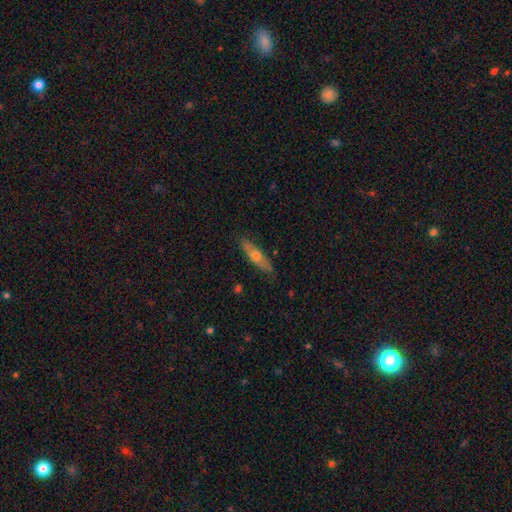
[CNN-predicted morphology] A smooth galaxy with no disk features (51%) that is cigar-shaped (63%). Merging: none (83%).